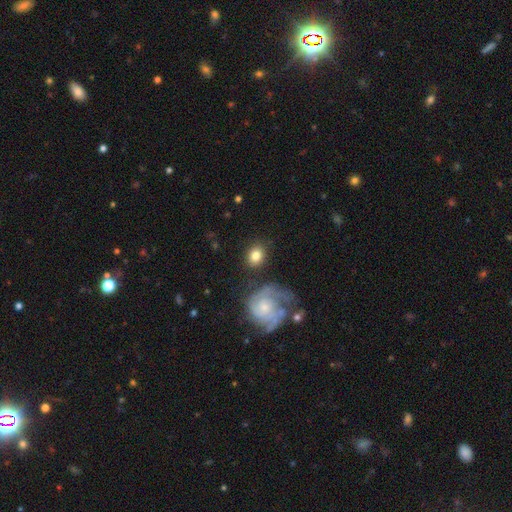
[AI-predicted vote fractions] Overall: smooth (75%). How rounded: round (60%; in between 39%). Merging: none (79%).